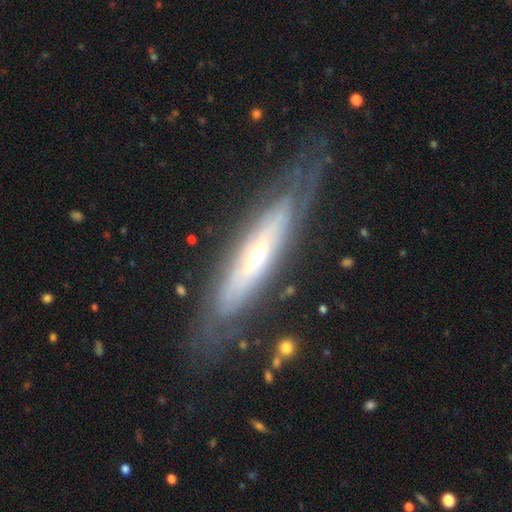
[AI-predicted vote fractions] smooth_or_featured: featured or disk (p=0.76) [alt: smooth p=0.17]
disk_edge_on: no (p=0.59) [alt: yes p=0.41]
merging: none (p=0.73) [alt: minor disturbance p=0.16]